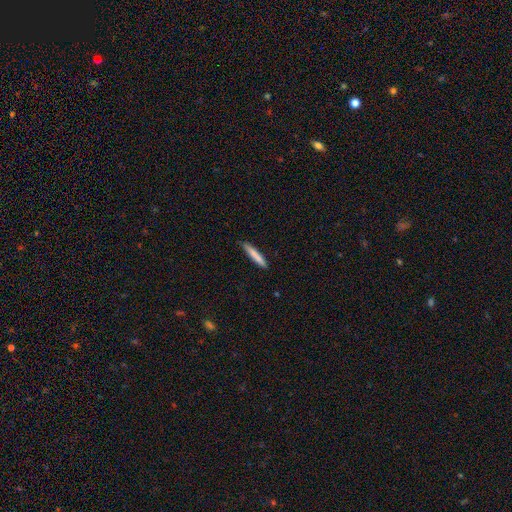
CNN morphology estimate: Overall: smooth (78%). How rounded: cigar-shaped (94%). Merging: none (85%).